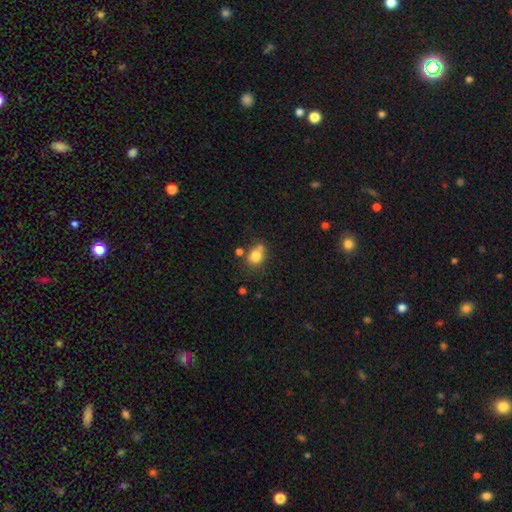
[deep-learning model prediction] Smooth or featured?
  - smooth: 80% *
  - star or artifact: 10%
  - featured or disk: 10%
How rounded?
  - round: 50% *
  - in between: 49%
  - cigar-shaped: 1%
Merging?
  - none: 54% *
  - minor disturbance: 20%
  - merger: 19%
  - major disturbance: 7%